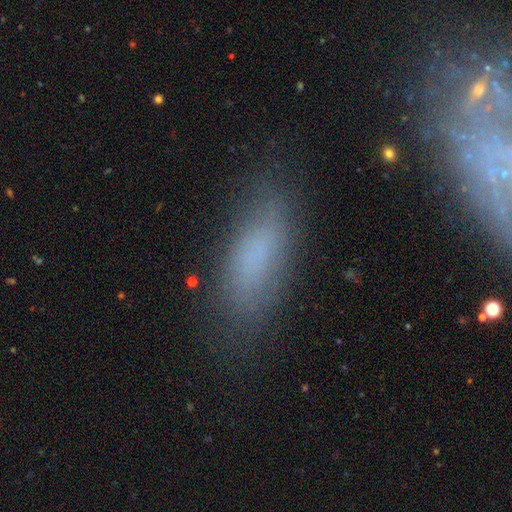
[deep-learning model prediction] smooth 73%, featured or disk 16%, star or artifact 11%. Down the decision tree: how rounded — in between (73%); merging — none (75%).